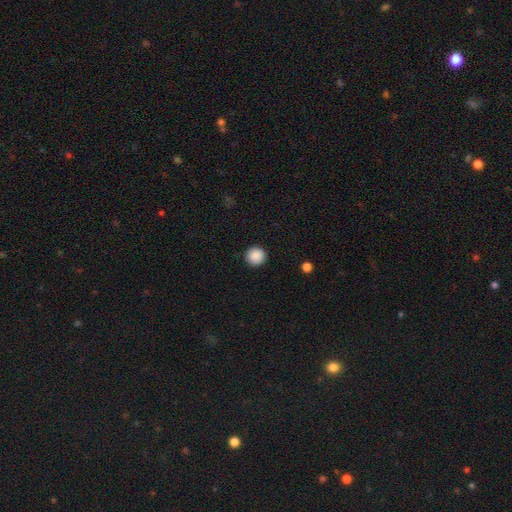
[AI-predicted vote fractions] This appears to be a smooth galaxy with no disk features (89%) that is round (95%). Merging: none (92%).